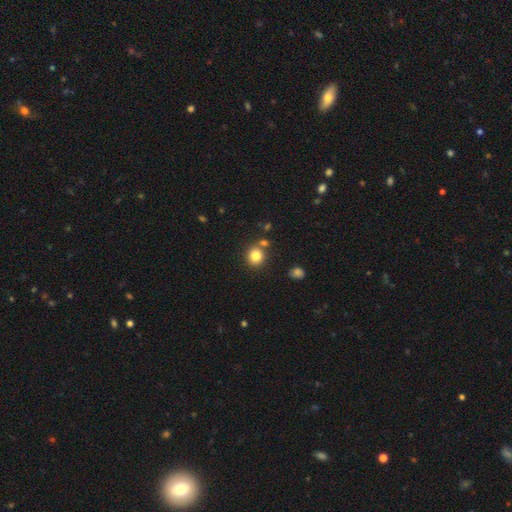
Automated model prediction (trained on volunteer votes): Overall: smooth (82%). How rounded: round (86%). Merging: none (77%).